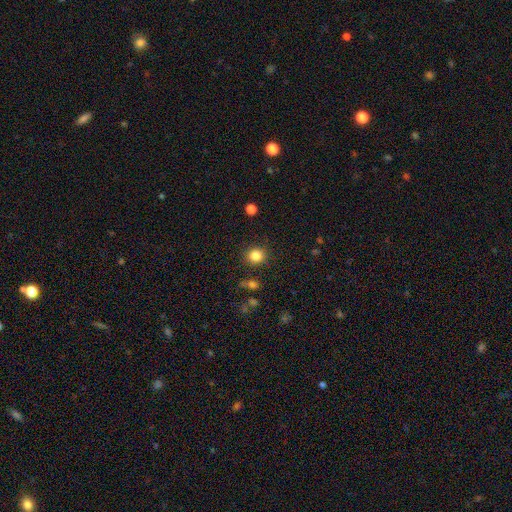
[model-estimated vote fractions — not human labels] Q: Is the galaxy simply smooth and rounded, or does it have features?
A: smooth — 83%.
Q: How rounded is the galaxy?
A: round — 87%.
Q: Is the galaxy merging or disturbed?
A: none — 87%.